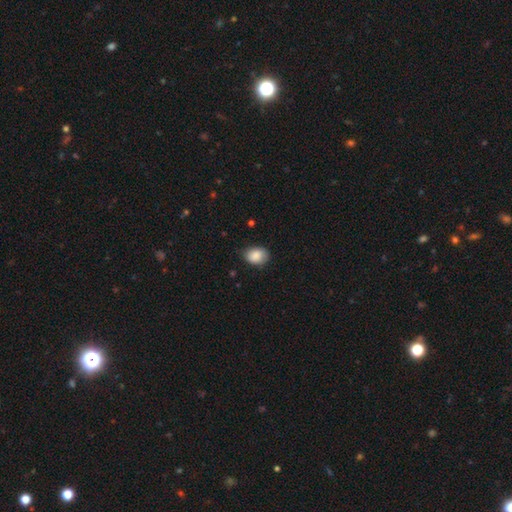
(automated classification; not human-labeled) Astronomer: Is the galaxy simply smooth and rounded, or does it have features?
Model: smooth — 87%.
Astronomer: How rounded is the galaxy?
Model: in between — 66%.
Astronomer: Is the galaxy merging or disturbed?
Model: none — 76%.